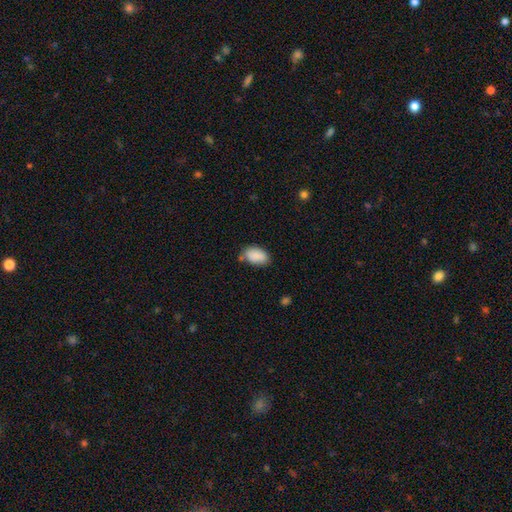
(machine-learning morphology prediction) Q: Smooth or featured?
A: smooth (89%); runner-up: star or artifact (7%)
Q: How rounded?
A: in between (91%); runner-up: round (7%)
Q: Merging?
A: none (72%); runner-up: minor disturbance (20%)